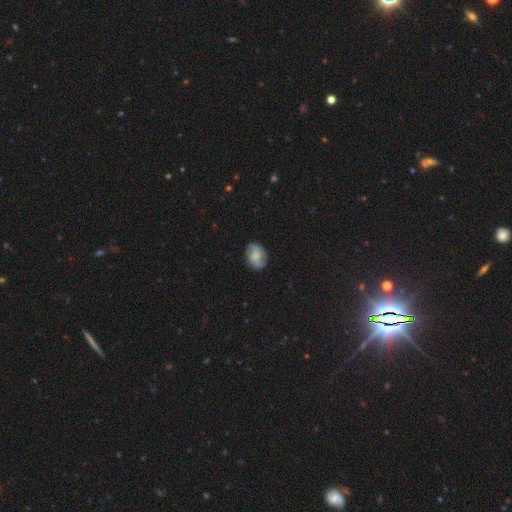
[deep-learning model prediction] Morphology: type=smooth (58%); roundness=in between (61%); merging=none (77%).